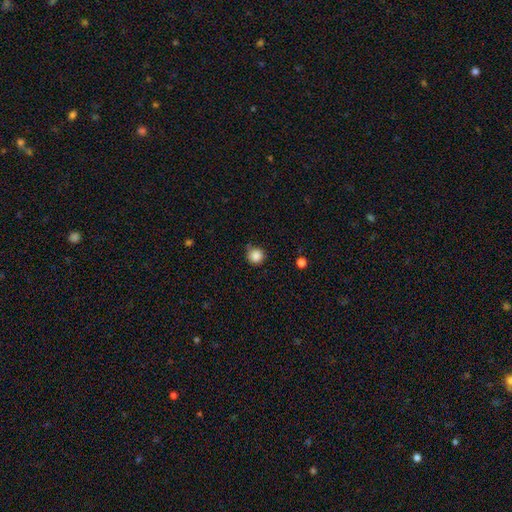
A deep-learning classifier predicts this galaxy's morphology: Smooth or featured? smooth (86%)
How rounded? round (93%)
Merging? none (76%)